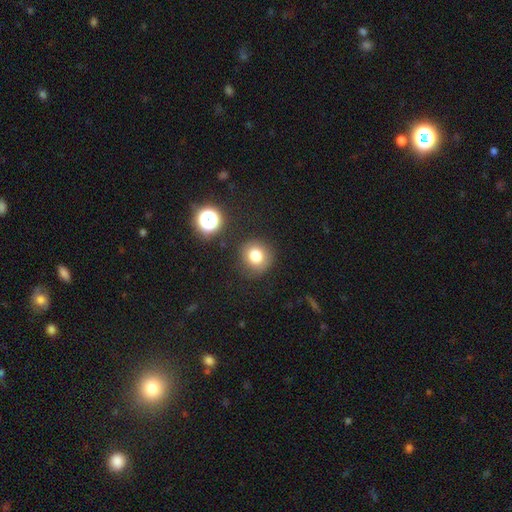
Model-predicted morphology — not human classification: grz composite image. It shows a smooth galaxy with no disk features (78%) that is round (89%). Merging: none (84%).